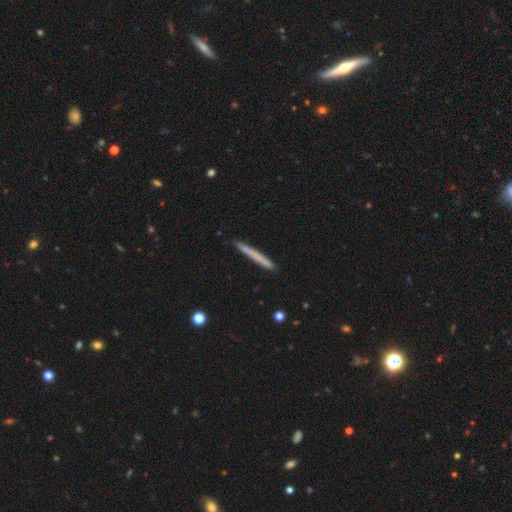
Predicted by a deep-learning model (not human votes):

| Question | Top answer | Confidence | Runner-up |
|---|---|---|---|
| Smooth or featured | smooth | 63% | featured or disk (31%) |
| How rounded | cigar-shaped | 97% | in between (2%) |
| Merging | none | 90% | minor disturbance (7%) |